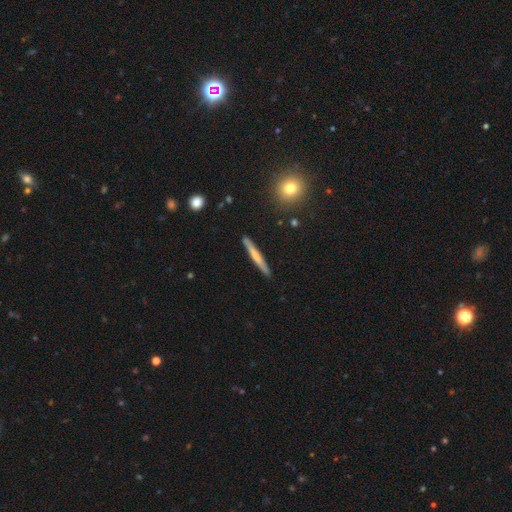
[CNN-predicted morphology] Smooth or featured?
  - smooth: 55% *
  - featured or disk: 39%
  - star or artifact: 6%
How rounded?
  - cigar-shaped: 96% *
  - in between: 3%
  - round: 2%
Merging?
  - none: 90% *
  - minor disturbance: 7%
  - merger: 2%
  - major disturbance: 1%